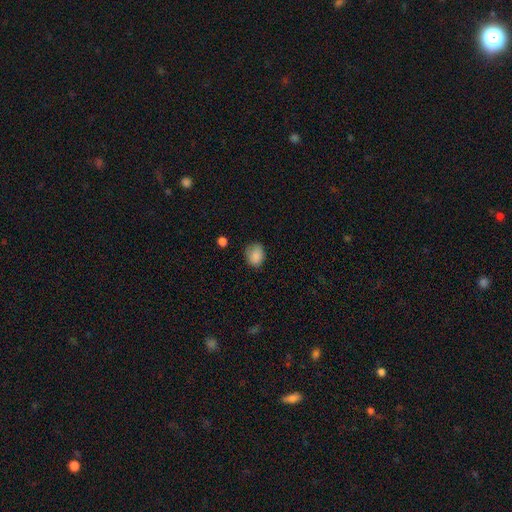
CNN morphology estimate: smooth-or-featured: smooth: 85% | star or artifact: 9% | featured or disk: 6%
  how-rounded: round: 51% | in between: 48% | cigar-shaped: 1%
  merging: none: 66% | minor disturbance: 26% | major disturbance: 6% | merger: 2%